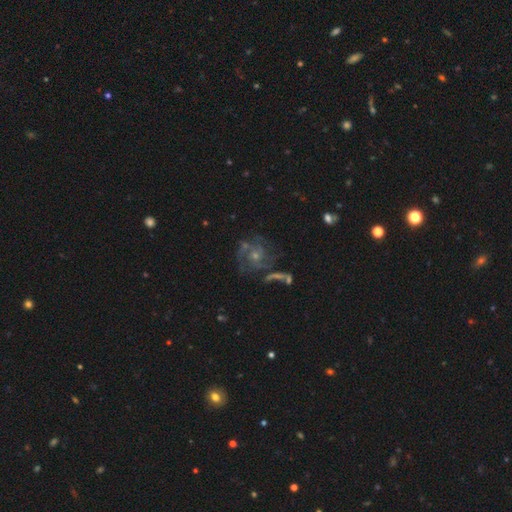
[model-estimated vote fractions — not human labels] This appears to be a featured or disk galaxy (78%) with no bar (73%), 2 (31%) medium (44%) spiral arms (90%) and a small central bulge (60%). Merging: none (54%).